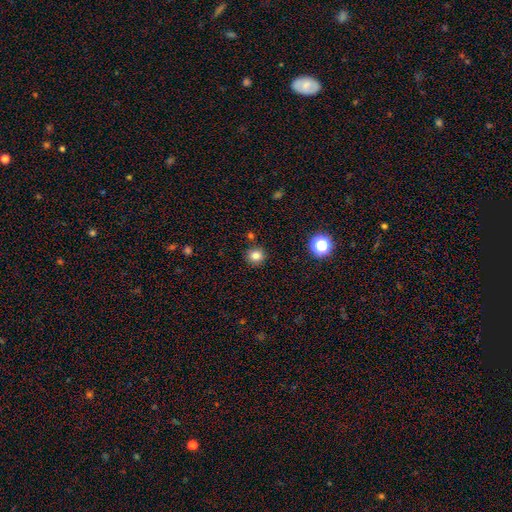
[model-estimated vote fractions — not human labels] This appears to be a smooth galaxy with no disk features (81%) that is round (87%). Merging: none (87%).